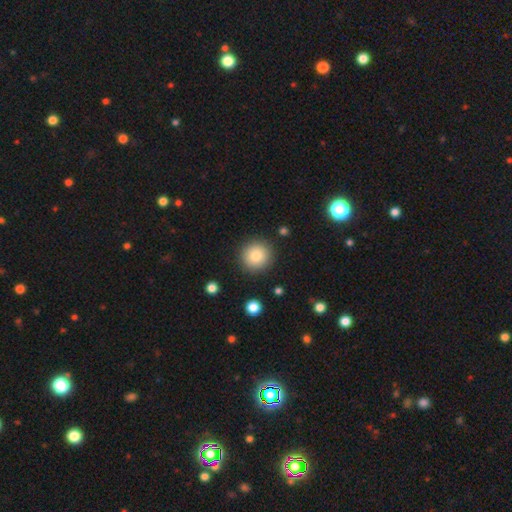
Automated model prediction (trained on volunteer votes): smooth-or-featured: smooth: 82% | star or artifact: 10% | featured or disk: 9%
  how-rounded: round: 95% | in between: 5% | cigar-shaped: 1%
  merging: none: 90% | minor disturbance: 6% | major disturbance: 2% | merger: 2%